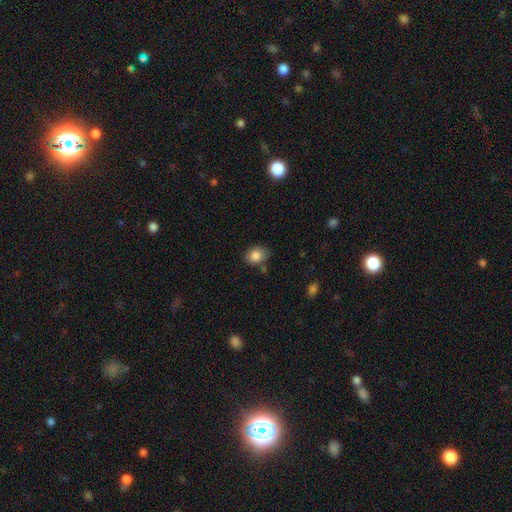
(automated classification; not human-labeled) Smooth or featured: smooth — 84% (star or artifact — 8%)
How rounded: in between — 57% (round — 42%)
Merging: none — 72% (minor disturbance — 19%)